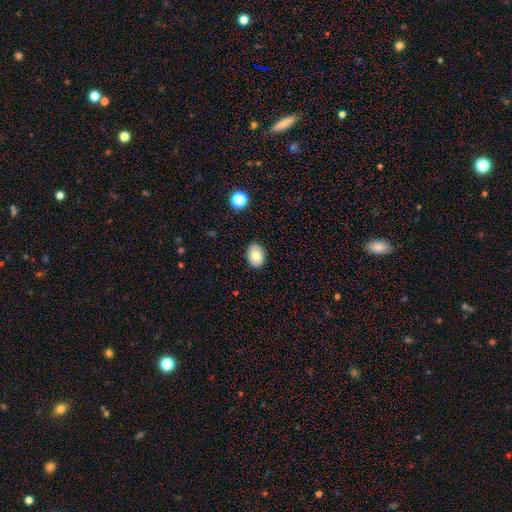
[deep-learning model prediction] smooth-or-featured: smooth: 76% | featured or disk: 15% | star or artifact: 9%
  how-rounded: in between: 71% | round: 28% | cigar-shaped: 1%
  merging: none: 88% | minor disturbance: 9% | major disturbance: 2% | merger: 1%